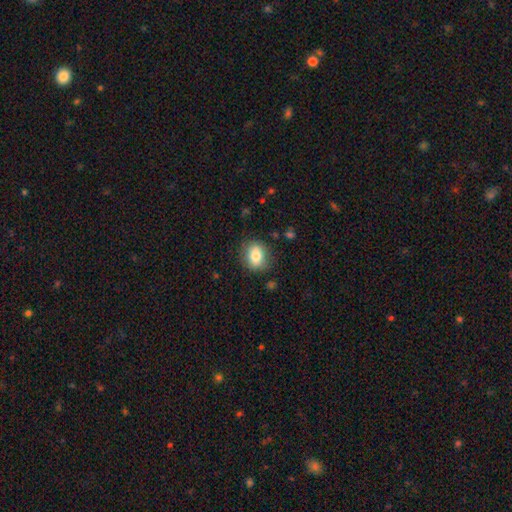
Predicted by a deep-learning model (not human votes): smooth-or-featured: smooth: 81% | featured or disk: 11% | star or artifact: 8%
  how-rounded: in between: 55% | round: 44% | cigar-shaped: 1%
  merging: none: 82% | minor disturbance: 13% | major disturbance: 4% | merger: 1%